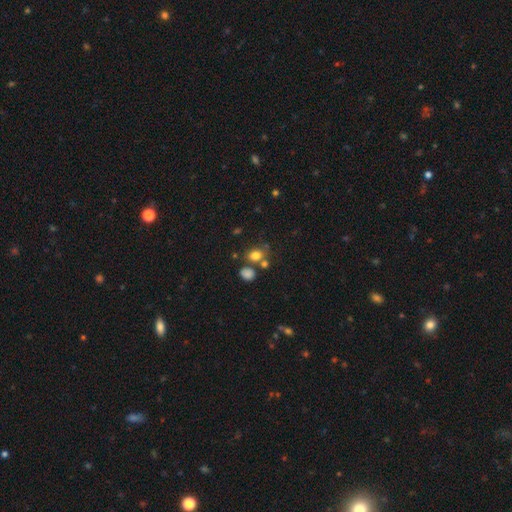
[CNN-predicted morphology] Overall: smooth (77%). How rounded: in between (50%; round 49%). Merging: none (59%; merger 22%).